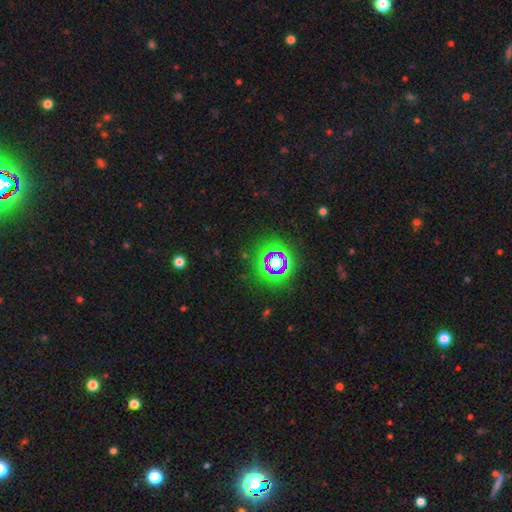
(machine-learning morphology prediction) Smooth or featured? star or artifact (51%)